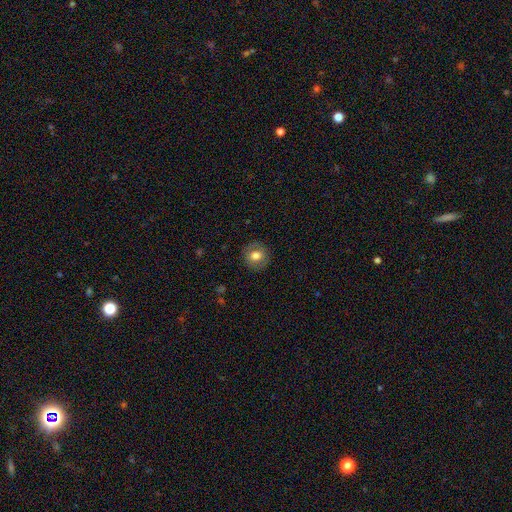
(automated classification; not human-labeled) Smooth or featured? smooth (72%)
How rounded? round (86%)
Merging? none (88%)